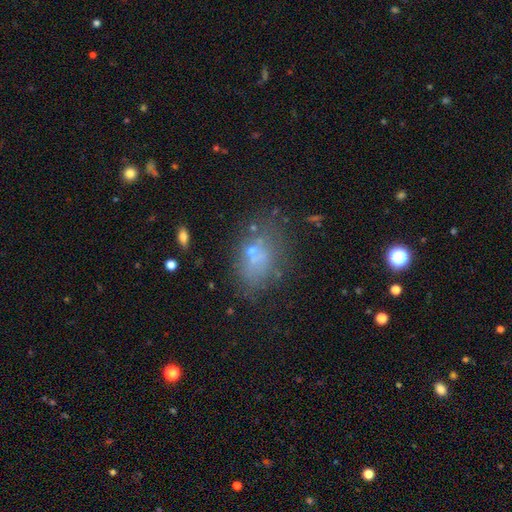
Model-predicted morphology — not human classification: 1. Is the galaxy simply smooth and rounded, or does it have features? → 49% smooth, 29% featured or disk, 21% star or artifact.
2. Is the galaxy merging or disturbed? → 52% none, 19% minor disturbance, 15% major disturbance, 13% merger.